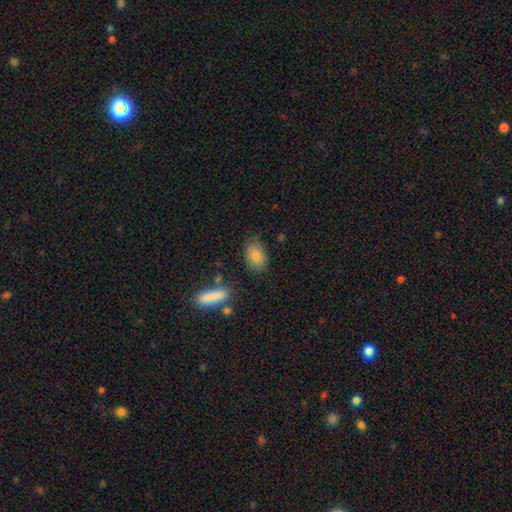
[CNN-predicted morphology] The model was most divided on "merging": none: 72%, minor disturbance: 19%, major disturbance: 5%, merger: 4%. More confident: how rounded — in between (86%); smooth or featured — smooth (81%).